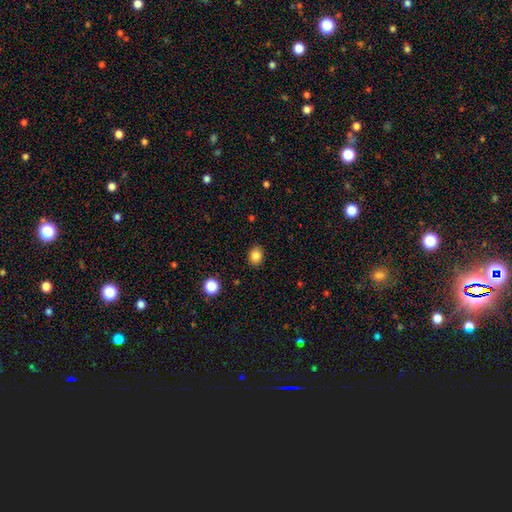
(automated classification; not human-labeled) Smooth or featured? Predicted: smooth (p=0.84). How rounded? Predicted: round (p=0.50). Merging? Predicted: none (p=0.88).